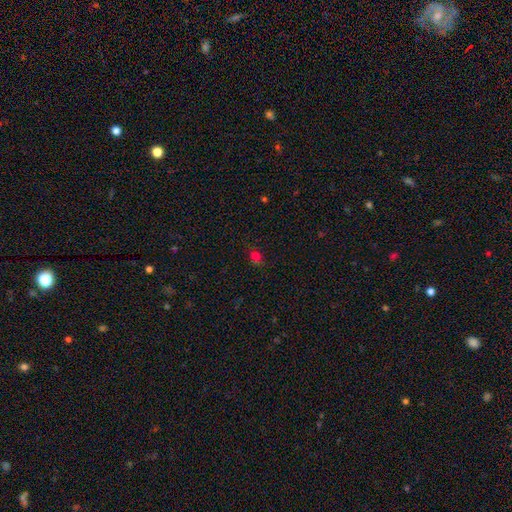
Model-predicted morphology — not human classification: The model was most divided on "how rounded": round: 51%, in between: 47%, cigar-shaped: 2%. More confident: merging — none (77%); smooth or featured — smooth (71%).